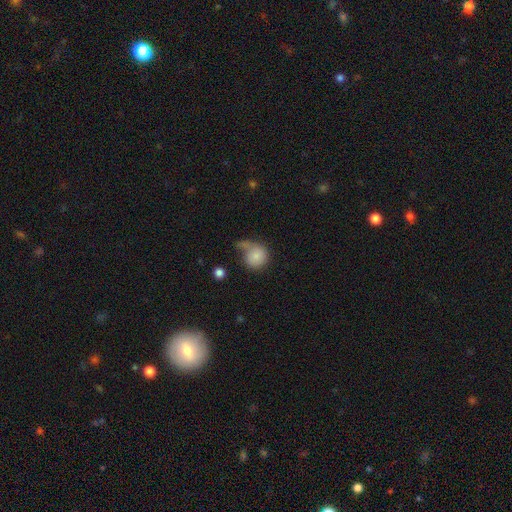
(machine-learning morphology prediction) Smooth or featured? Predicted: smooth (p=0.77). How rounded? Predicted: round (p=0.83). Merging? Predicted: none (p=0.33).